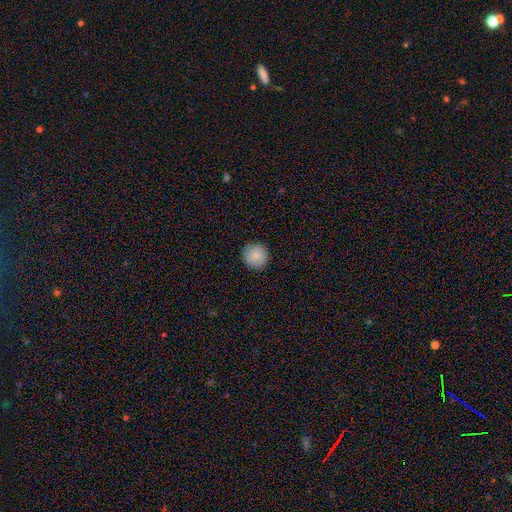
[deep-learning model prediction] Q: Smooth or featured?
A: smooth (86%); runner-up: star or artifact (8%)
Q: How rounded?
A: round (95%); runner-up: in between (4%)
Q: Merging?
A: none (91%); runner-up: minor disturbance (6%)